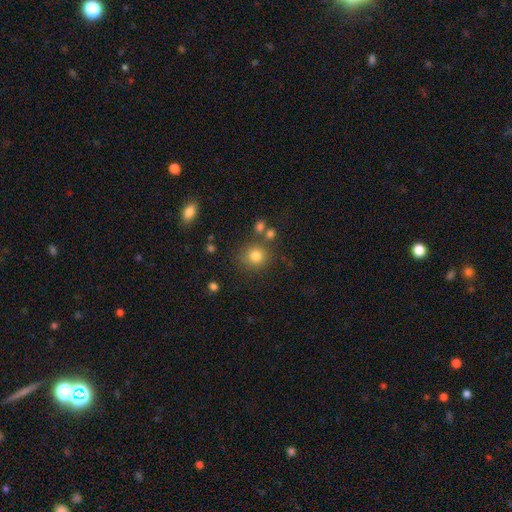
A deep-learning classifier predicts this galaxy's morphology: smooth-or-featured: smooth: 80% | star or artifact: 13% | featured or disk: 7%
  how-rounded: round: 89% | in between: 10% | cigar-shaped: 1%
  merging: none: 78% | minor disturbance: 10% | merger: 8% | major disturbance: 4%